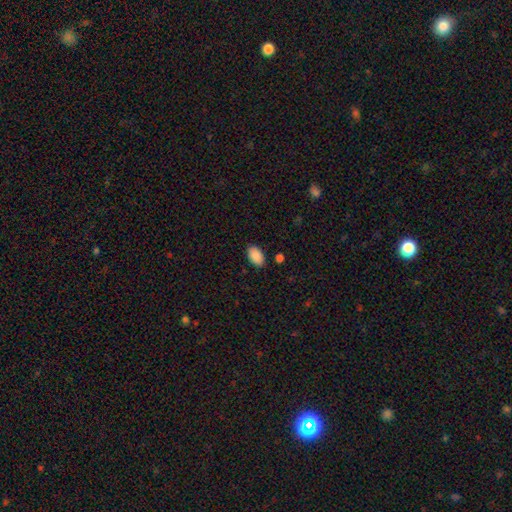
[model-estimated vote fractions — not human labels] A smooth galaxy with no disk features (90%) that is in between round and cigar-shaped (93%). Merging: none (86%).